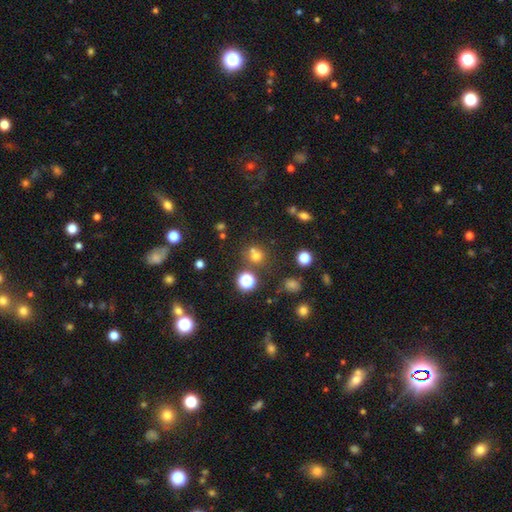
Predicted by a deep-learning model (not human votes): Smooth or featured? Predicted: smooth (p=0.61). How rounded? Predicted: round (p=0.87). Merging? Predicted: none (p=0.61).